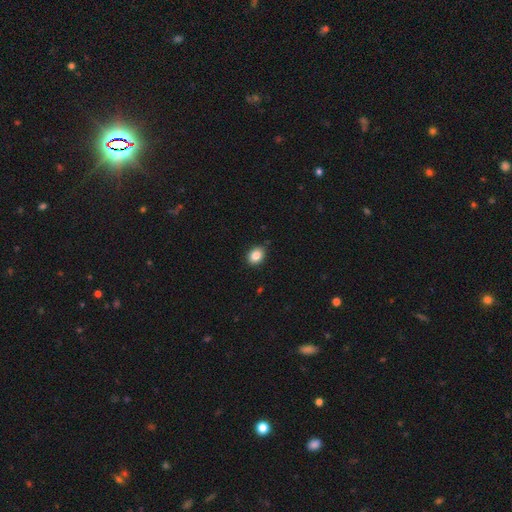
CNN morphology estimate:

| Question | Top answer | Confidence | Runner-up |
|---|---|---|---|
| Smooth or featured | smooth | 87% | star or artifact (9%) |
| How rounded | in between | 56% | round (43%) |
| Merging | none | 86% | minor disturbance (11%) |